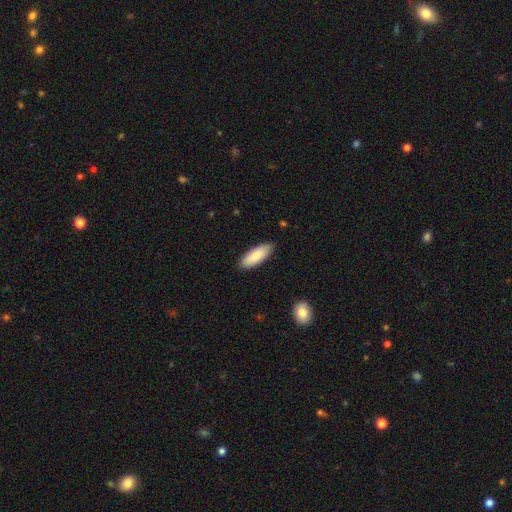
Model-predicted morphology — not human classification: type=smooth (87%); roundness=in between (68%); merging=none (87%).